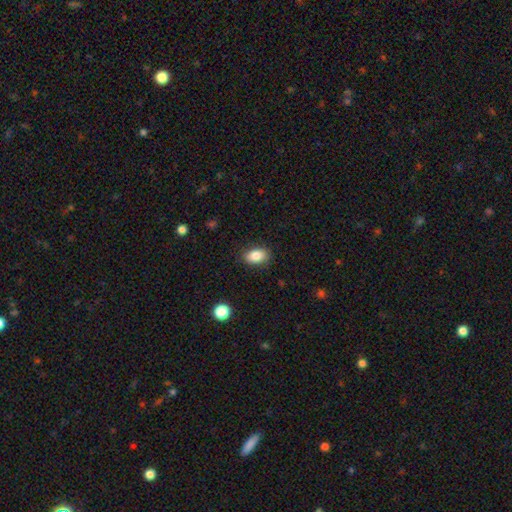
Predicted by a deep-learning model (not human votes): Smooth or featured: smooth — 84% (star or artifact — 8%)
How rounded: in between — 87% (round — 11%)
Merging: none — 86% (minor disturbance — 11%)